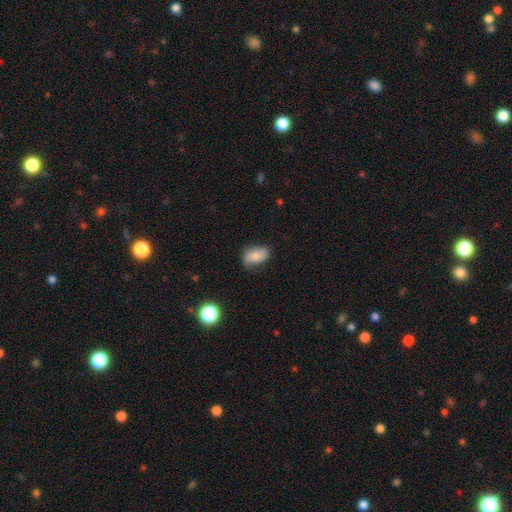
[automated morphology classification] Smooth or featured?
  - smooth: 73% *
  - featured or disk: 18%
  - star or artifact: 8%
How rounded?
  - in between: 88% *
  - round: 10%
  - cigar-shaped: 2%
Merging?
  - none: 65% *
  - minor disturbance: 27%
  - major disturbance: 6%
  - merger: 1%